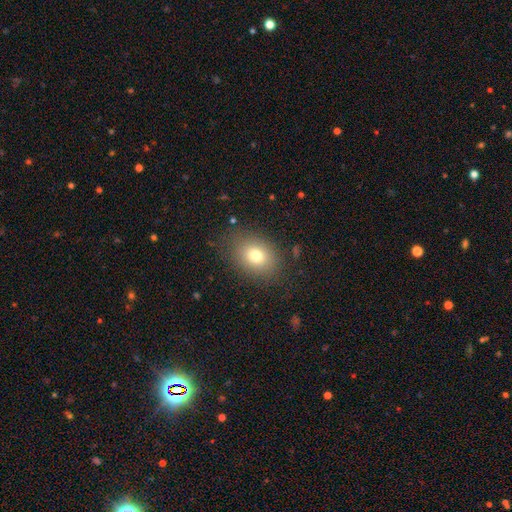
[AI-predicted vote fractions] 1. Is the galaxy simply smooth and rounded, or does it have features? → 76% smooth, 12% star or artifact, 12% featured or disk.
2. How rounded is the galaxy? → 60% in between, 39% round, 1% cigar-shaped.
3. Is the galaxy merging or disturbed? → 81% none, 12% minor disturbance, 5% major disturbance, 1% merger.